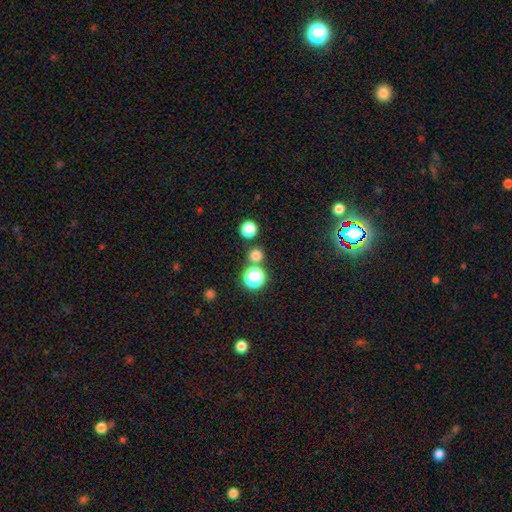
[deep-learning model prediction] This appears to be a smooth galaxy with no disk features (71%) that is round (92%). Merging: none (78%).